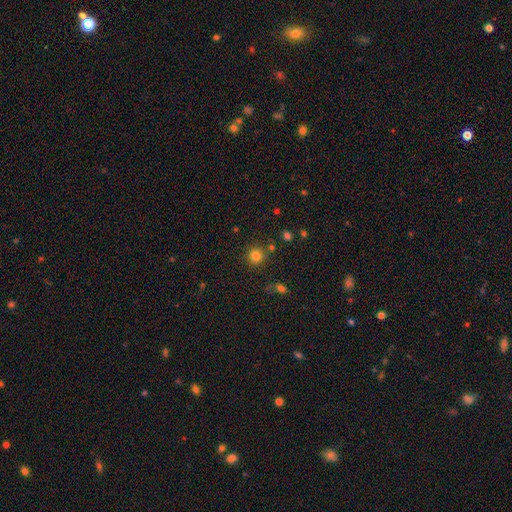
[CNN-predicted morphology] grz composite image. It shows a smooth galaxy with no disk features (81%) that is round (93%). Merging: none (84%).